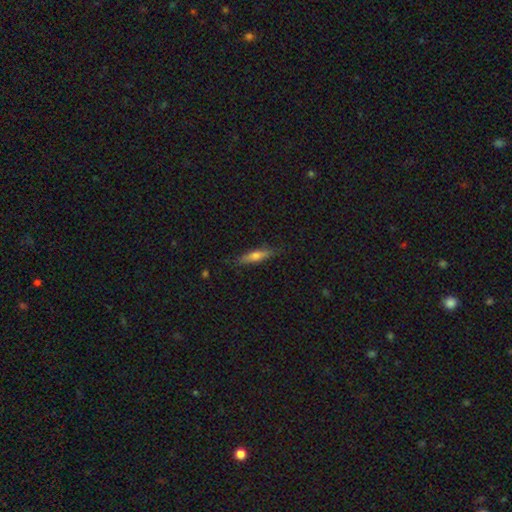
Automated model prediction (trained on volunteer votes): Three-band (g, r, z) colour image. It shows a smooth galaxy with no disk features (57%) that is cigar-shaped (75%). Merging: none (83%).